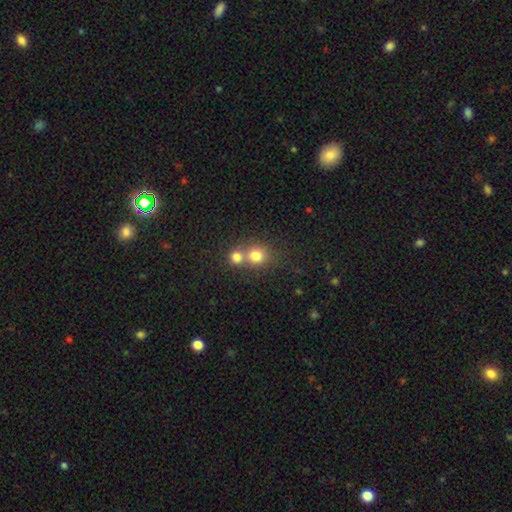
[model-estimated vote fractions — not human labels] Smooth or featured? Predicted: smooth (p=0.78). How rounded? Predicted: round (p=0.84). Merging? Predicted: merger (p=0.53).